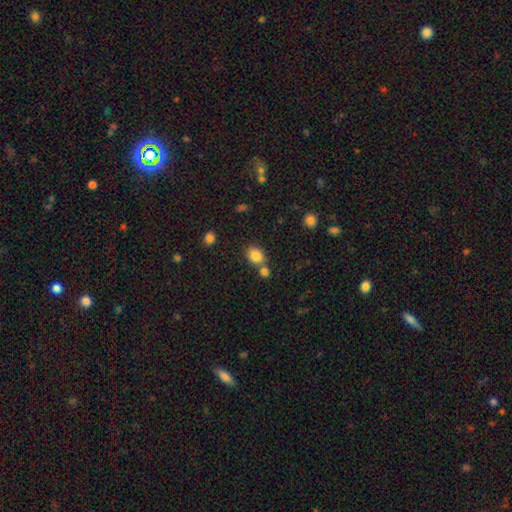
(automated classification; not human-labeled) smooth-or-featured: smooth: 84% | star or artifact: 10% | featured or disk: 6%
  how-rounded: in between: 52% | round: 47% | cigar-shaped: 1%
  merging: none: 58% | merger: 29% | minor disturbance: 10% | major disturbance: 3%